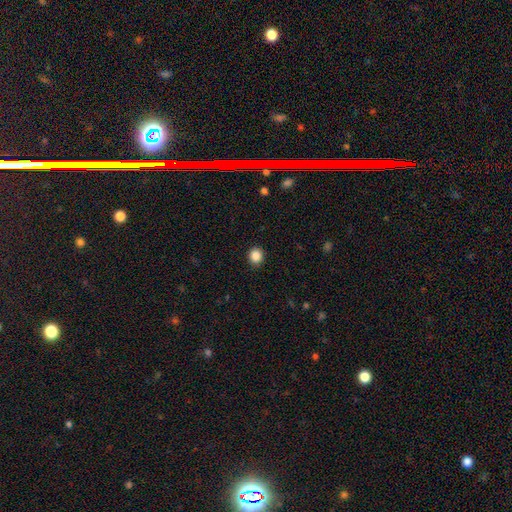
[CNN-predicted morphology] type=smooth (87%); roundness=round (81%); merging=none (91%).